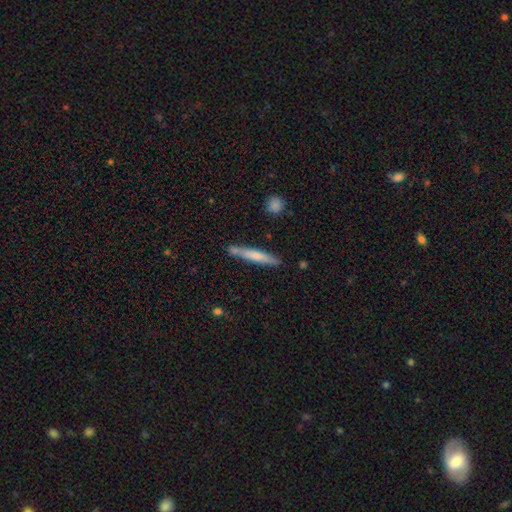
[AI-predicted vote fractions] This appears to be a smooth galaxy with no disk features (65%) that is cigar-shaped (94%). Merging: none (77%).